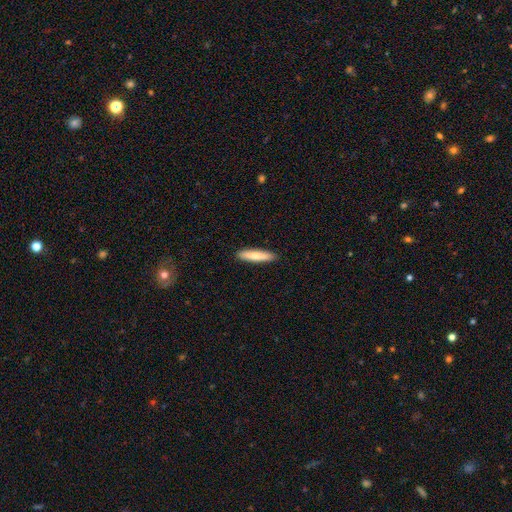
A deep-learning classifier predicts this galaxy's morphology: A smooth galaxy with no disk features (75%) that is cigar-shaped (84%).

Vote fractions:
- Smooth or featured? smooth: 75% / featured or disk: 20% / star or artifact: 5%
- How rounded? cigar-shaped: 84% / in between: 15% / round: 1%
- Merging? none: 91% / minor disturbance: 7% / major disturbance: 1% / merger: 1%